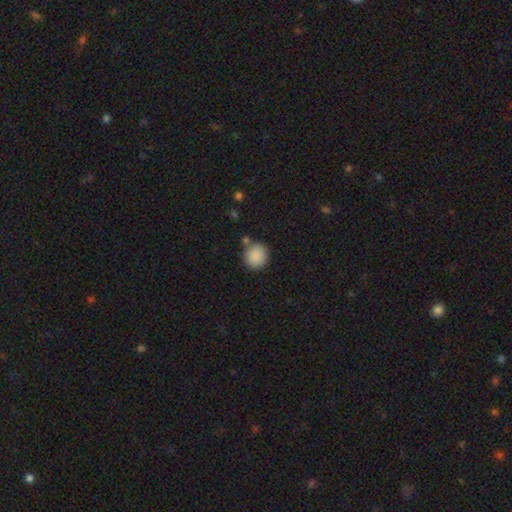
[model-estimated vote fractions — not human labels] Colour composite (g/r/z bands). It shows a smooth galaxy with no disk features (88%) that is round (89%). Merging: none (76%).